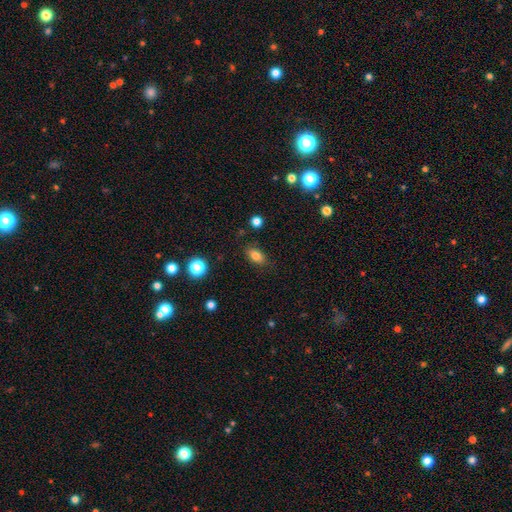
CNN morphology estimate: Overall: smooth (81%). How rounded: in between (85%). Merging: none (84%).